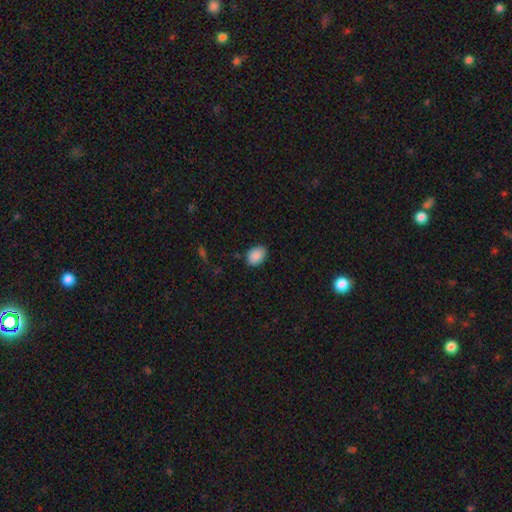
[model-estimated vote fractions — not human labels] A smooth galaxy with no disk features (89%) that is in between round and cigar-shaped (81%).

Vote fractions:
- Smooth or featured? smooth: 89% / star or artifact: 8% / featured or disk: 3%
- How rounded? in between: 81% / round: 18% / cigar-shaped: 1%
- Merging? none: 82% / minor disturbance: 14% / major disturbance: 3% / merger: 1%